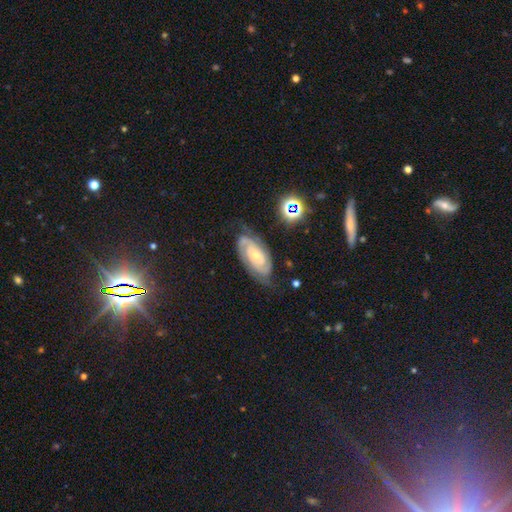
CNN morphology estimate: A featured or disk galaxy (84%) with no bar (63%), 2 (69%) tight (67%) spiral arms (96%) and a small central bulge (64%).

Vote fractions:
- Smooth or featured? featured or disk: 84% / smooth: 9% / star or artifact: 7%
- Edge-on disk? no: 95% / yes: 5%
- Bar? no: 63% / weak: 28% / strong: 9%
- Spiral arms? yes: 96% / no: 4%
- Spiral winding? tight: 67% / medium: 27% / loose: 6%
- Spiral arm count? 2: 69% / can't tell: 16% / 3: 9% / 4: 3% / 1: 3% / more than 4: 2%
- Bulge size? small: 64% / moderate: 31% / none: 2% / large: 2% / dominant: 1%
- Merging? none: 69% / minor disturbance: 20% / major disturbance: 8% / merger: 2%